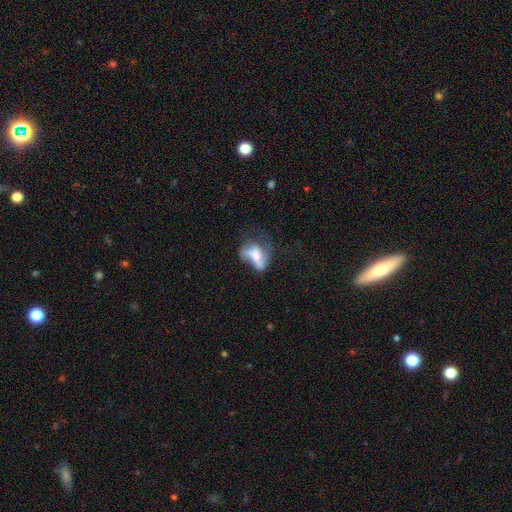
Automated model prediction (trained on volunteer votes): Smooth or featured? Predicted: smooth (p=0.47). Merging? Predicted: major disturbance (p=0.40).